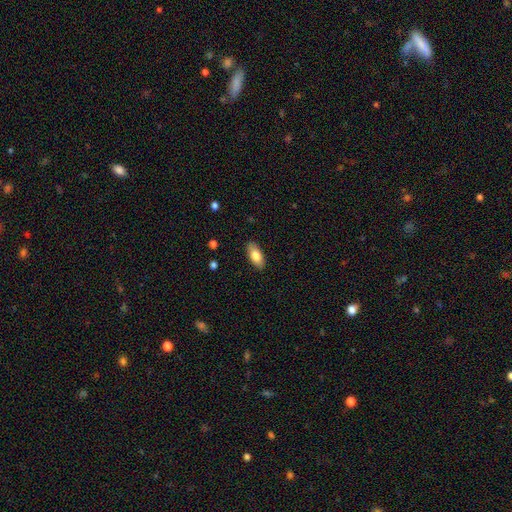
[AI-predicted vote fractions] smooth_or_featured: smooth (p=0.79) [alt: featured or disk p=0.15]
how_rounded: in between (p=0.88) [alt: cigar-shaped p=0.10]
merging: none (p=0.87) [alt: minor disturbance p=0.10]